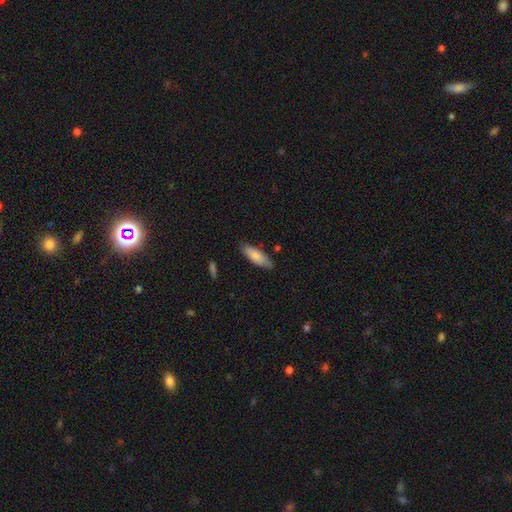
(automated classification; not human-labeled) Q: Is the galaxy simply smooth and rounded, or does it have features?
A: smooth — 80%.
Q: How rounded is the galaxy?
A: in between — 59%.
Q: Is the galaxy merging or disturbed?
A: none — 80%.